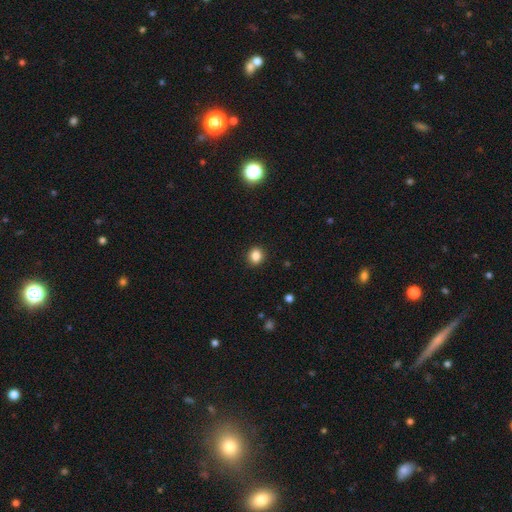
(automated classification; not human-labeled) The model was most divided on "how rounded": round: 73%, in between: 26%, cigar-shaped: 1%. More confident: merging — none (91%); smooth or featured — smooth (85%).